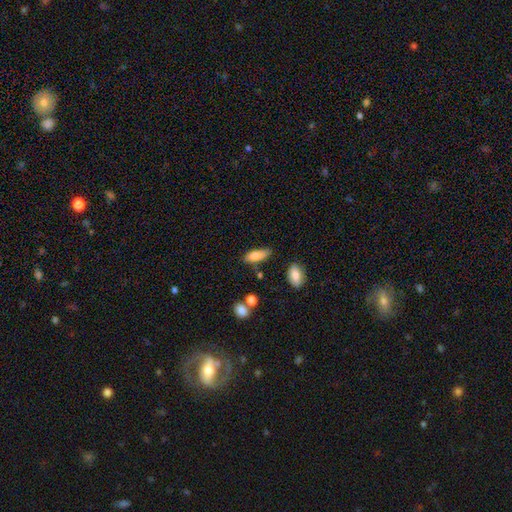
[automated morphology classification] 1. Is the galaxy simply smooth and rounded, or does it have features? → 81% smooth, 11% featured or disk, 8% star or artifact.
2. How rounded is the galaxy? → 70% in between, 28% cigar-shaped, 3% round.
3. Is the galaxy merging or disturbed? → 60% none, 27% minor disturbance, 6% major disturbance, 6% merger.